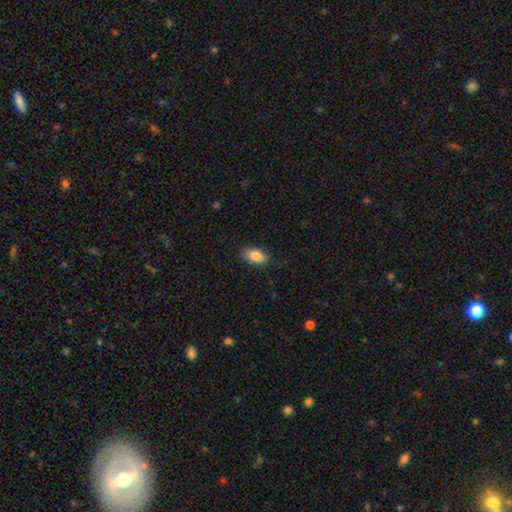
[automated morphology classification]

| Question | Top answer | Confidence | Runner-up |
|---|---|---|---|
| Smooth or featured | smooth | 86% | featured or disk (7%) |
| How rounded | in between | 92% | round (4%) |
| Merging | none | 87% | minor disturbance (10%) |